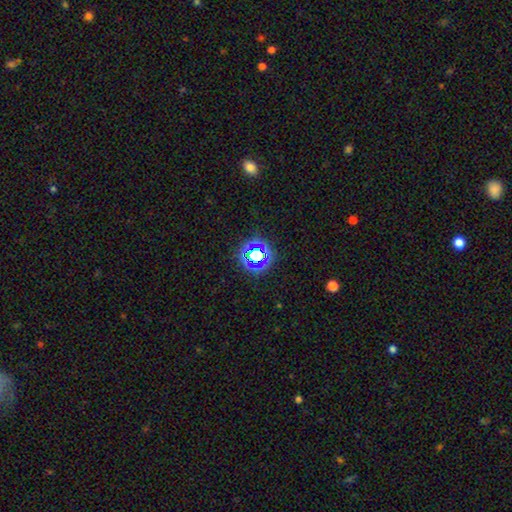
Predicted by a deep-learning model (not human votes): Smooth or featured? Predicted: star or artifact (p=0.60).